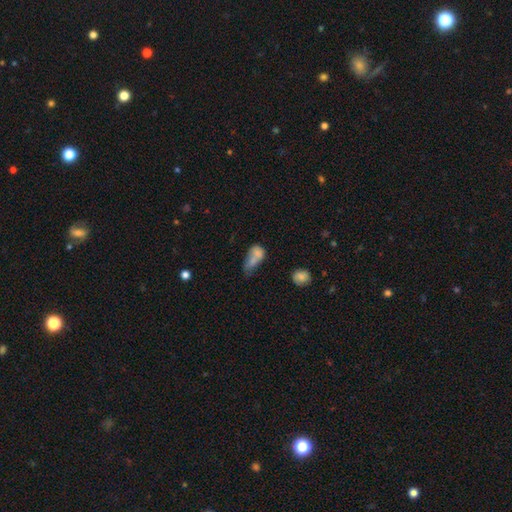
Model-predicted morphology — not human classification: smooth 70%, featured or disk 20%, star or artifact 11%. Down the decision tree: how rounded — in between (79%); merging — merger (35%).